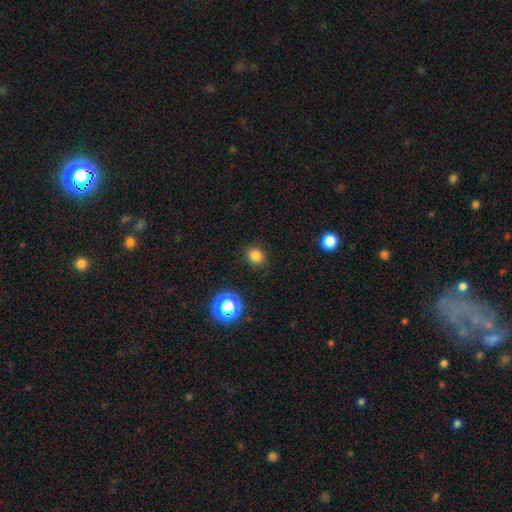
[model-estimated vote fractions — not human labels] smooth-or-featured: smooth: 81% | star or artifact: 15% | featured or disk: 4%
  how-rounded: round: 70% | in between: 29% | cigar-shaped: 1%
  merging: none: 86% | minor disturbance: 10% | major disturbance: 3% | merger: 1%